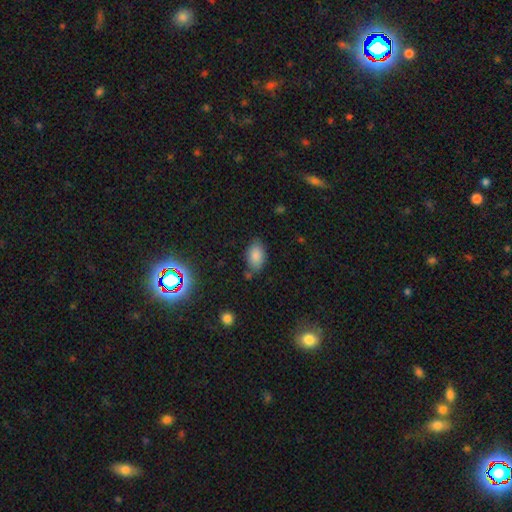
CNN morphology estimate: Overall: smooth (85%). How rounded: in between (92%). Merging: none (76%).